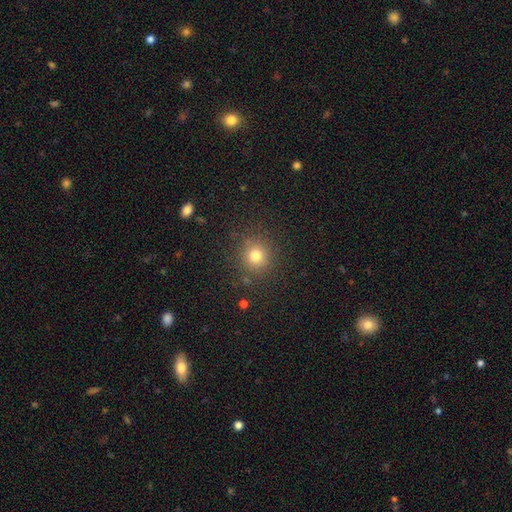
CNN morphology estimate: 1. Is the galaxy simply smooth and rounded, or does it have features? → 78% smooth, 15% star or artifact, 7% featured or disk.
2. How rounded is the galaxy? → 91% round, 8% in between, 1% cigar-shaped.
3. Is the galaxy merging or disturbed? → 86% none, 9% minor disturbance, 3% major disturbance, 2% merger.